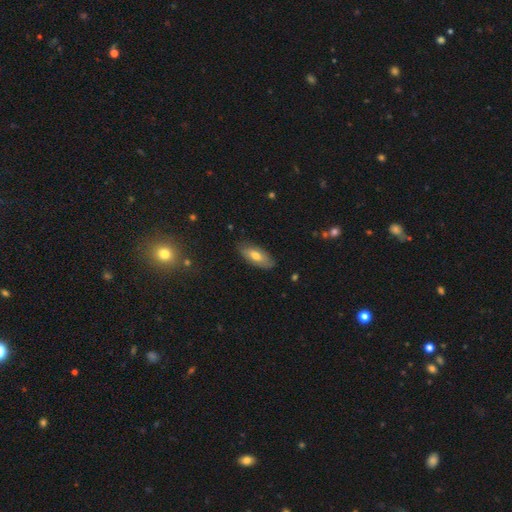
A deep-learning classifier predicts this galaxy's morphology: Smooth or featured? Predicted: smooth (p=0.63). How rounded? Predicted: in between (p=0.82). Merging? Predicted: none (p=0.82).